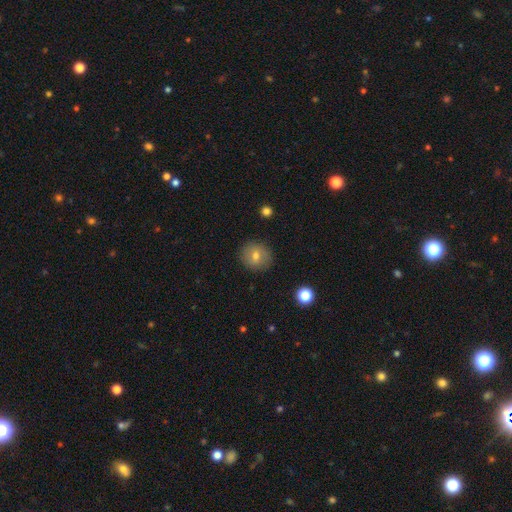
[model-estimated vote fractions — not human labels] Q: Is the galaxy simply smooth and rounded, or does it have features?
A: smooth — 70%.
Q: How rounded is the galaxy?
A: round — 86%.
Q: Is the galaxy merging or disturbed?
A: none — 87%.